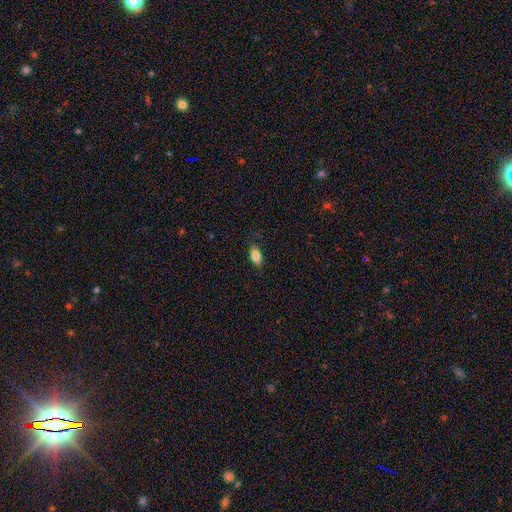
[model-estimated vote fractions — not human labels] A smooth galaxy with no disk features (84%) that is in between round and cigar-shaped (90%). Merging: none (81%).